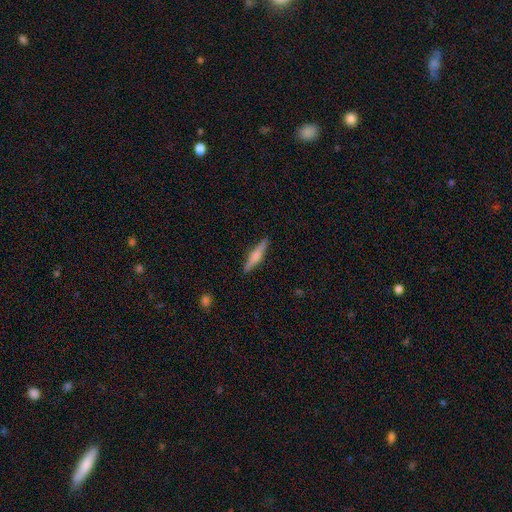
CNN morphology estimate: A smooth galaxy with no disk features (48%). Merging: none (90%).